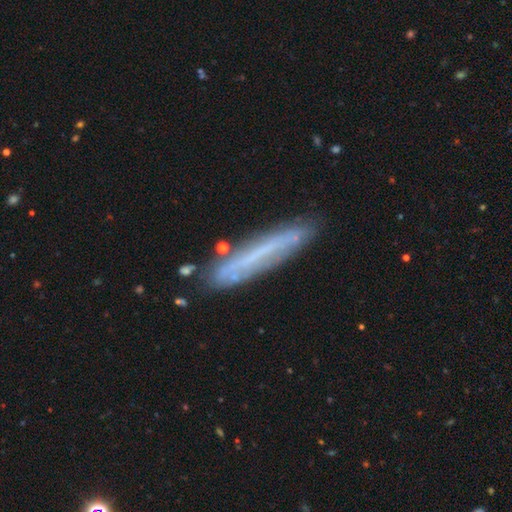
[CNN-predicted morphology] Smooth or featured? featured or disk (52%)
Edge-on disk? yes (72%)
Merging? none (79%)